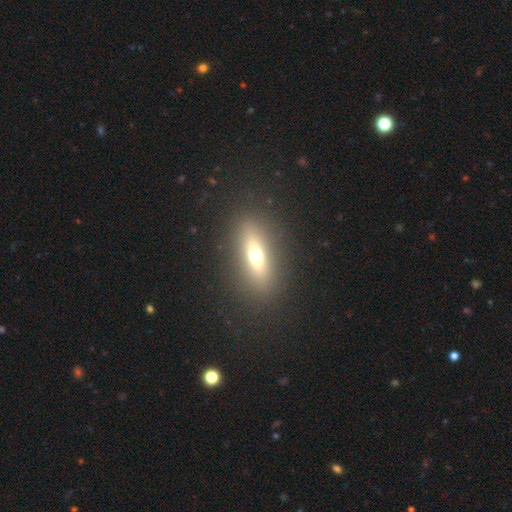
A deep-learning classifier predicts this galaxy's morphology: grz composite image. It shows a smooth galaxy with no disk features (53%) that is in between round and cigar-shaped (51%). Merging: none (87%).